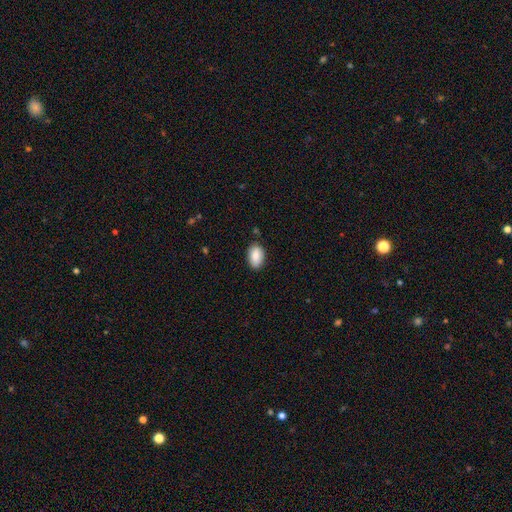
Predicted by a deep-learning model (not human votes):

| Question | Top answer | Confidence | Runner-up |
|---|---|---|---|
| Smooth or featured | smooth | 87% | star or artifact (7%) |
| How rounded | in between | 92% | round (6%) |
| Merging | none | 85% | minor disturbance (11%) |